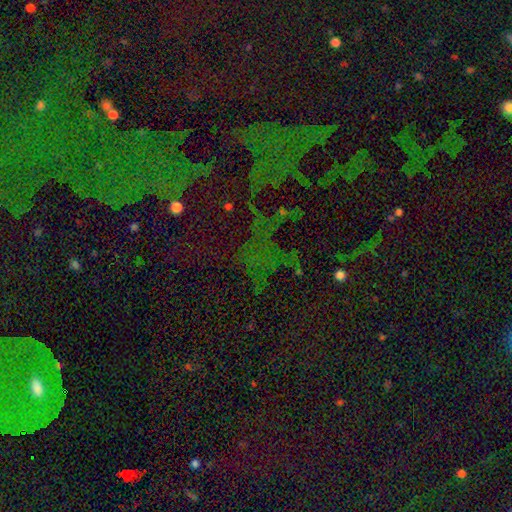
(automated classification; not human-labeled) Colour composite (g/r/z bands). It shows a star or artifact, not a galaxy (78%).